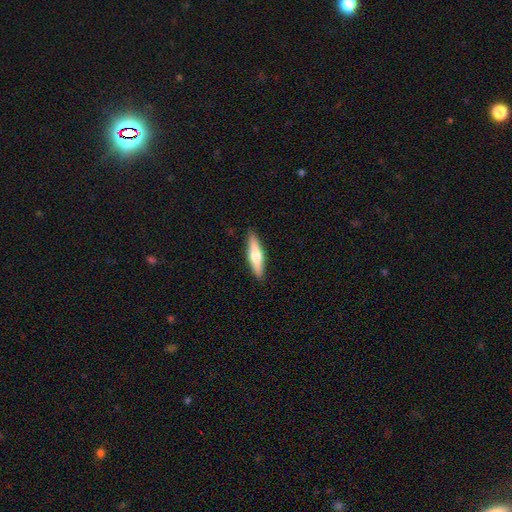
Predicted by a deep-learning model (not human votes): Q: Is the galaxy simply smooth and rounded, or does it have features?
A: smooth — 51%.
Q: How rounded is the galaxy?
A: cigar-shaped — 73%.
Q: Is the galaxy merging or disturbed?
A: none — 90%.